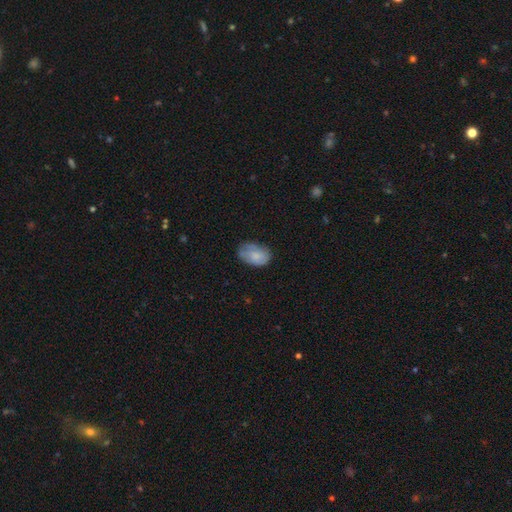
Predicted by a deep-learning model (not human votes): smooth-or-featured: smooth: 69% | featured or disk: 25% | star or artifact: 7%
  how-rounded: in between: 86% | round: 13% | cigar-shaped: 1%
  merging: none: 63% | minor disturbance: 28% | major disturbance: 8% | merger: 1%